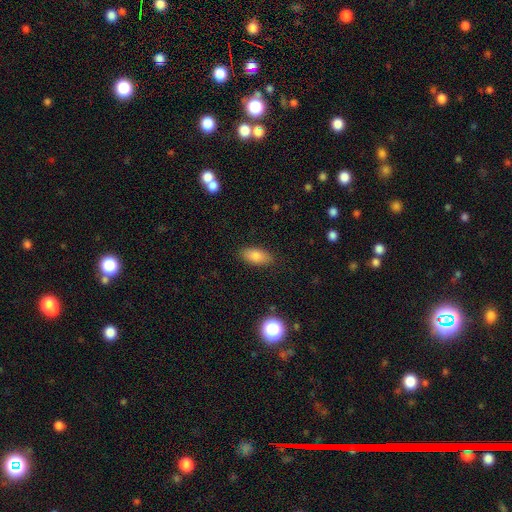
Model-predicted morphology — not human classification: Q: Smooth or featured?
A: smooth (82%); runner-up: featured or disk (9%)
Q: How rounded?
A: in between (88%); runner-up: cigar-shaped (8%)
Q: Merging?
A: none (87%); runner-up: minor disturbance (10%)